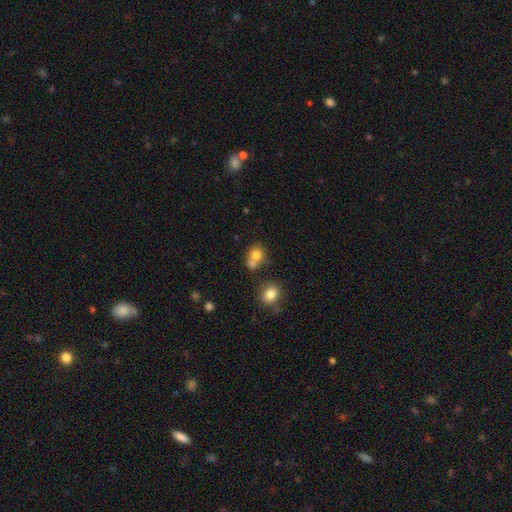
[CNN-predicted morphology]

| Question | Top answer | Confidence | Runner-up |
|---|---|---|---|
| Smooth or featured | smooth | 77% | star or artifact (12%) |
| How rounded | round | 74% | in between (25%) |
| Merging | merger | 44% | none (41%) |